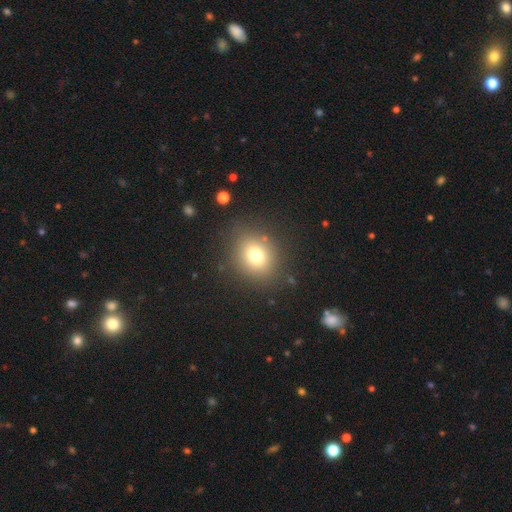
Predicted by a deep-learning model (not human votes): smooth 74%, star or artifact 15%, featured or disk 11%. Down the decision tree: how rounded — round (74%); merging — none (83%).